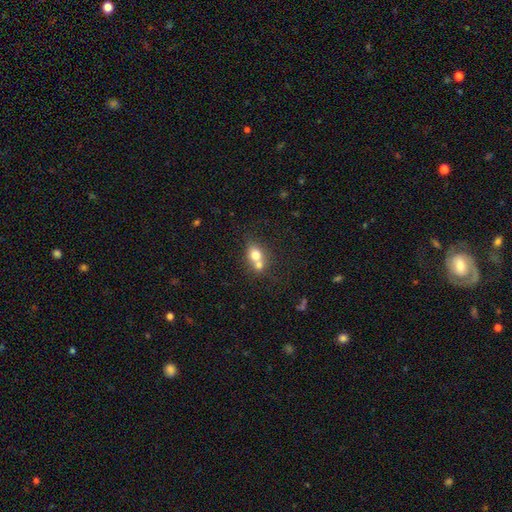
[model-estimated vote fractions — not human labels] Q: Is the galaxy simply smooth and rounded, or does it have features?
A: smooth — 73%.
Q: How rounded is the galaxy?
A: in between — 52%.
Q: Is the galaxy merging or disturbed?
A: merger — 57%.